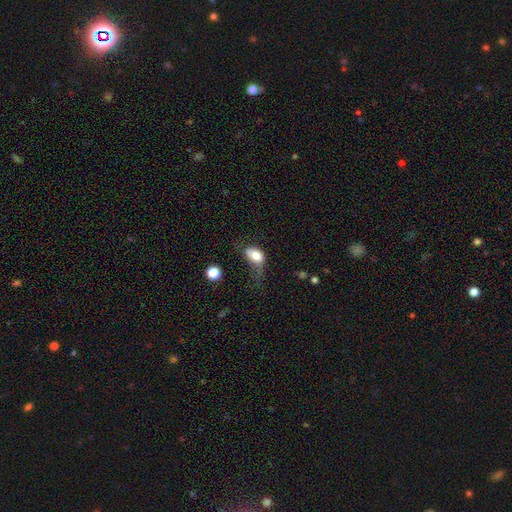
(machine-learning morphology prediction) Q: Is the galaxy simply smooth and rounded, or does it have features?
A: smooth — 74%.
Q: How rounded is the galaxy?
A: in between — 80%.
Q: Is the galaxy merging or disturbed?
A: major disturbance — 48%.